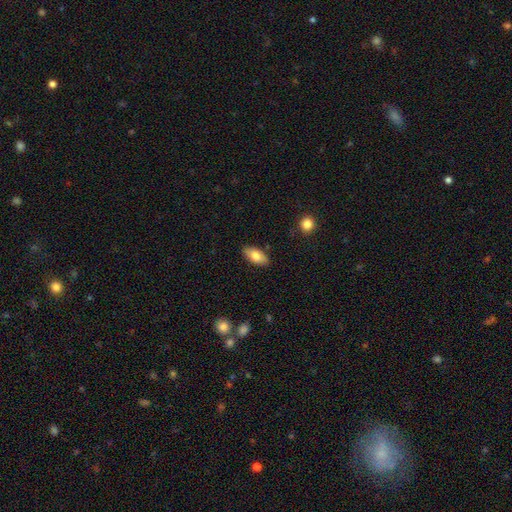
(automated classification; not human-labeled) The model was most divided on "smooth or featured": smooth: 80%, featured or disk: 14%, star or artifact: 7%. More confident: how rounded — in between (91%); merging — none (86%).